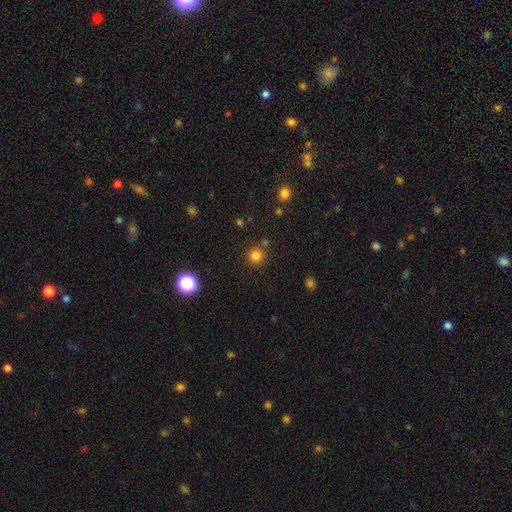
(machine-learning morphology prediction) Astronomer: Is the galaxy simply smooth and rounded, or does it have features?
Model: smooth — 80%.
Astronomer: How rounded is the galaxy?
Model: round — 94%.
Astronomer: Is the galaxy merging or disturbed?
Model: none — 81%.